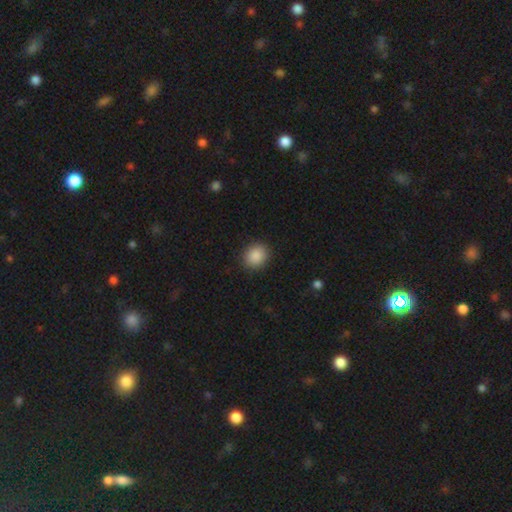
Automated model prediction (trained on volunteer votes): Smooth or featured? smooth (89%)
How rounded? round (75%)
Merging? none (90%)